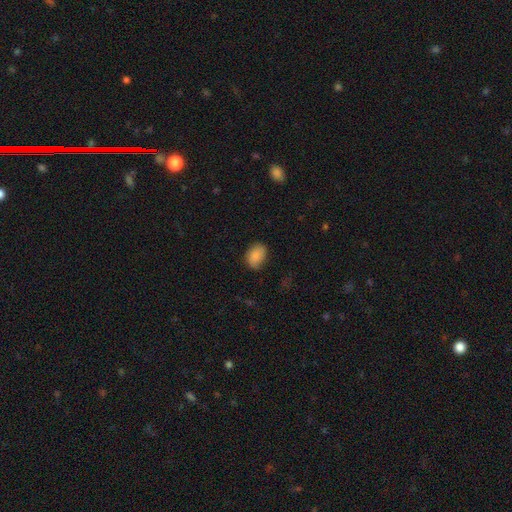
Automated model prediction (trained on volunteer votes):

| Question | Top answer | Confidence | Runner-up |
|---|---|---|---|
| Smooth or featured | smooth | 88% | star or artifact (7%) |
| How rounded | in between | 82% | round (17%) |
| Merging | none | 81% | minor disturbance (15%) |